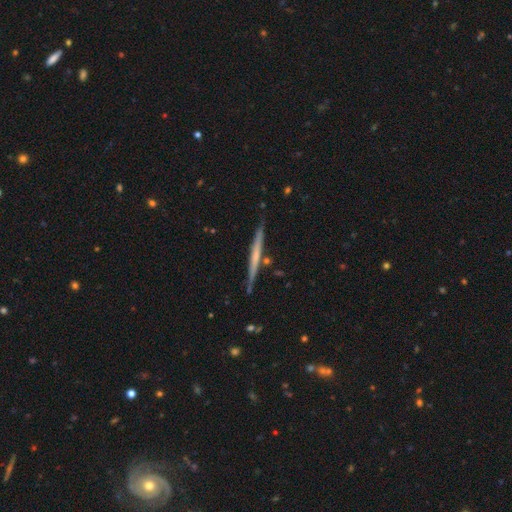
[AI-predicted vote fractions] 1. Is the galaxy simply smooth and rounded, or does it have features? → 57% featured or disk, 38% smooth, 6% star or artifact.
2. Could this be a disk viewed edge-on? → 97% yes, 3% no.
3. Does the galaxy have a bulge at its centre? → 77% none, 17% rounded, 6% boxy.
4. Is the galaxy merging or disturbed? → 85% none, 10% minor disturbance, 3% merger, 2% major disturbance.